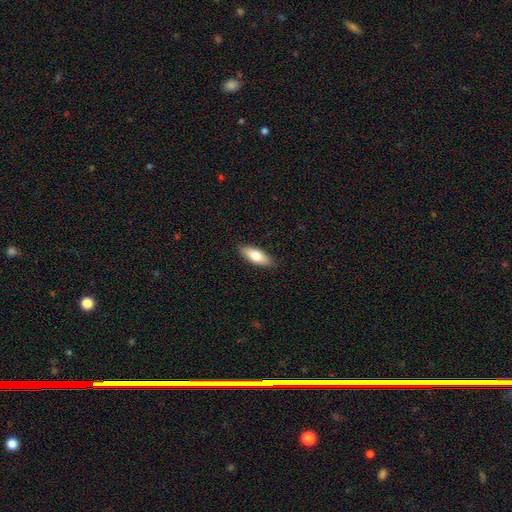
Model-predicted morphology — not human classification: Smooth or featured: smooth — 72% (featured or disk — 22%)
How rounded: in between — 67% (cigar-shaped — 31%)
Merging: none — 88% (minor disturbance — 9%)